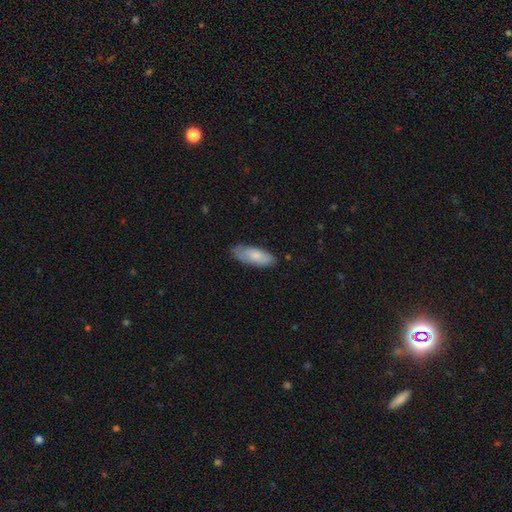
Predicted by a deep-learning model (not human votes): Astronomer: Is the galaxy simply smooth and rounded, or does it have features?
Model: smooth — 79%.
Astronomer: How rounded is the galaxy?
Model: in between — 75%.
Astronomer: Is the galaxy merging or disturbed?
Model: none — 75%.